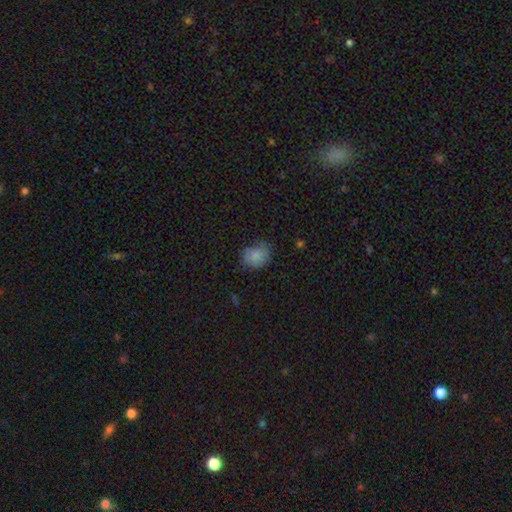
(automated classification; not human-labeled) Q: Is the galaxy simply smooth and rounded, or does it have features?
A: smooth — 82%.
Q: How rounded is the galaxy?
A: round — 57%.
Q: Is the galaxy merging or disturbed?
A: none — 62%.